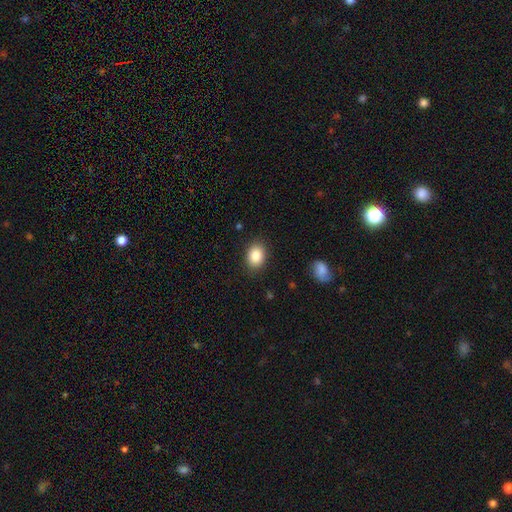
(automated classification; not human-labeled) This is clearly a smooth galaxy (87%). How rounded: likely in between (66%). Merging: clearly none (87%).